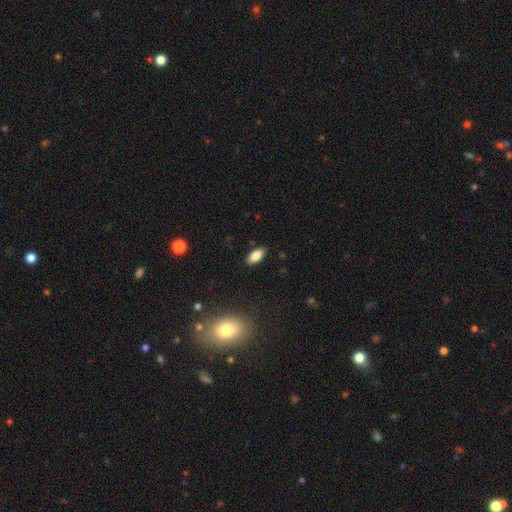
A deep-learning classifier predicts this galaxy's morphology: Overall: smooth (84%). How rounded: in between (88%). Merging: none (87%).